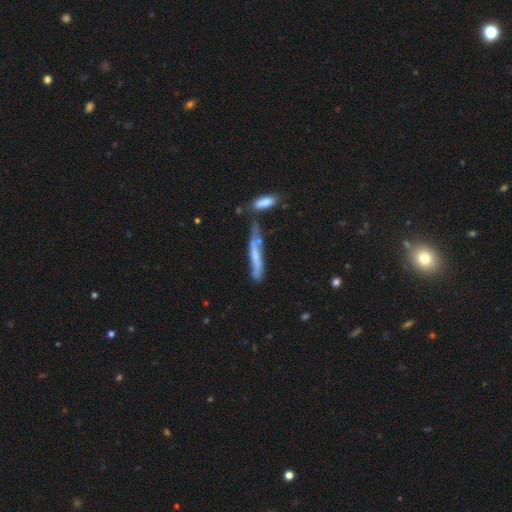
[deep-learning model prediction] Smooth or featured?
  - featured or disk: 50% *
  - smooth: 43%
  - star or artifact: 7%
Merging?
  - none: 50% *
  - minor disturbance: 22%
  - merger: 19%
  - major disturbance: 9%